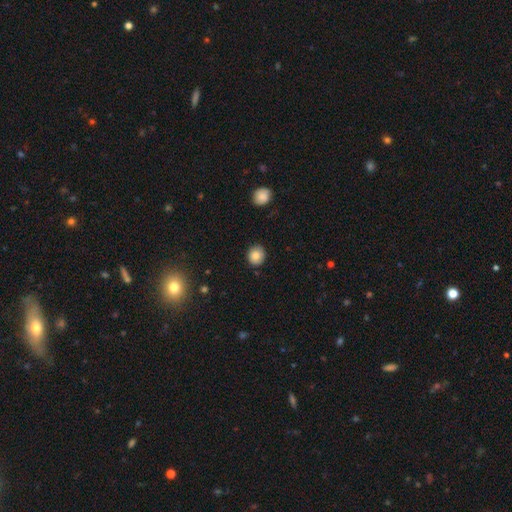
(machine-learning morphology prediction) Smooth or featured?
  - smooth: 84% *
  - star or artifact: 9%
  - featured or disk: 6%
How rounded?
  - round: 83% *
  - in between: 17%
  - cigar-shaped: 1%
Merging?
  - none: 86% *
  - minor disturbance: 10%
  - major disturbance: 2%
  - merger: 1%